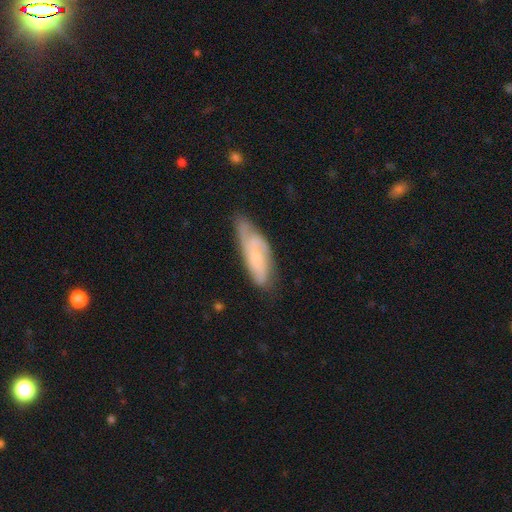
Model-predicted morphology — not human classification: Smooth or featured: featured or disk — 58% (smooth — 35%)
Edge-on disk: no — 83% (yes — 17%)
Merging: none — 56% (minor disturbance — 30%)